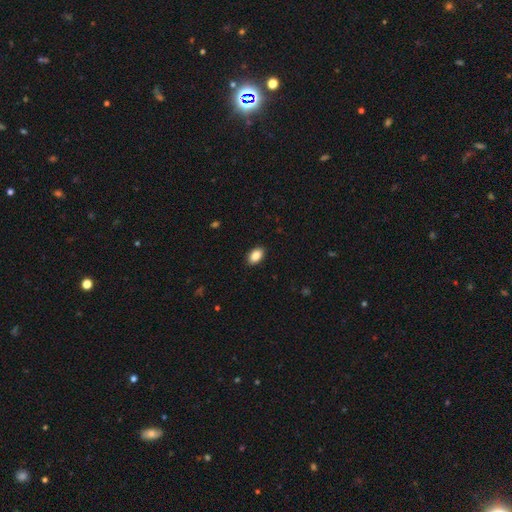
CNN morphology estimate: Q: Smooth or featured?
A: smooth (88%); runner-up: star or artifact (7%)
Q: How rounded?
A: in between (91%); runner-up: round (7%)
Q: Merging?
A: none (90%); runner-up: minor disturbance (7%)